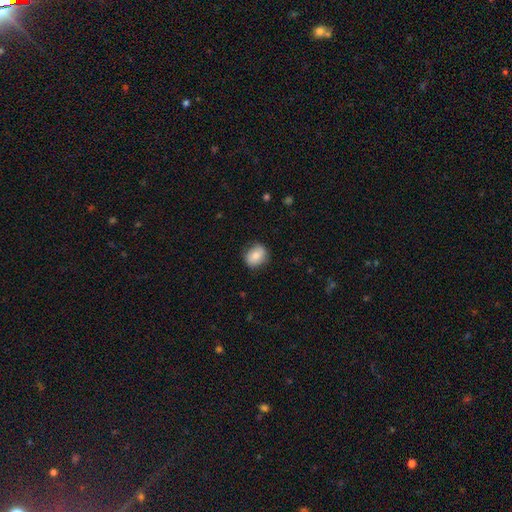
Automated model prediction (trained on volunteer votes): This is likely a smooth galaxy (79%). How rounded: possibly round (52%). Merging: clearly none (81%).